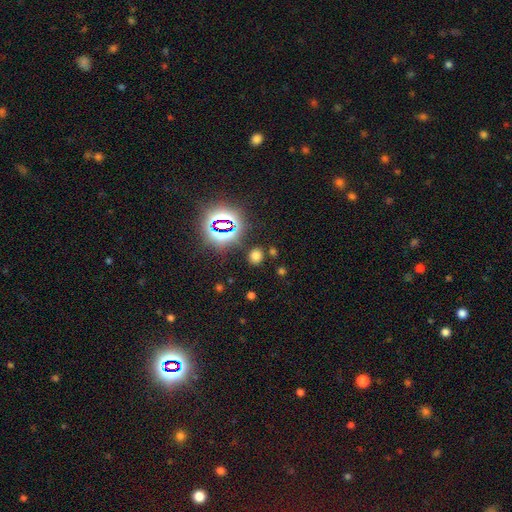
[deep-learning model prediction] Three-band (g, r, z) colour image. It shows a smooth galaxy with no disk features (62%) that is round (71%). Merging: none (84%).